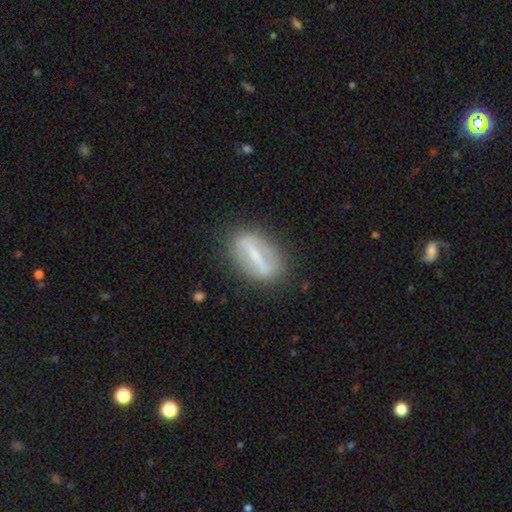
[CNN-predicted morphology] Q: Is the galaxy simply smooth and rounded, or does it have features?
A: featured or disk — 67%.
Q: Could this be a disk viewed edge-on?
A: no — 76%.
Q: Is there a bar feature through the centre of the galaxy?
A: strong — 82%.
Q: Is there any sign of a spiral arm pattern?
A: no — 75%.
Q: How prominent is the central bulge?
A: small — 48%.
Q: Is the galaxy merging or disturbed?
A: none — 82%.